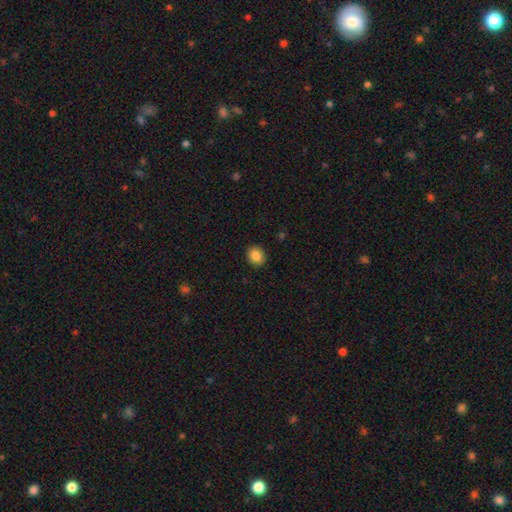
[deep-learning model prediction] Overall: smooth (86%). How rounded: round (71%). Merging: none (91%).